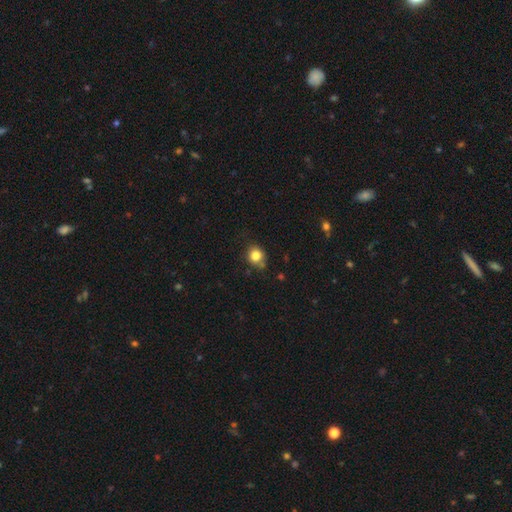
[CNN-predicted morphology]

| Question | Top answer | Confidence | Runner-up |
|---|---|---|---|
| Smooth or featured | smooth | 83% | star or artifact (11%) |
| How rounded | round | 79% | in between (20%) |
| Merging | none | 71% | minor disturbance (19%) |